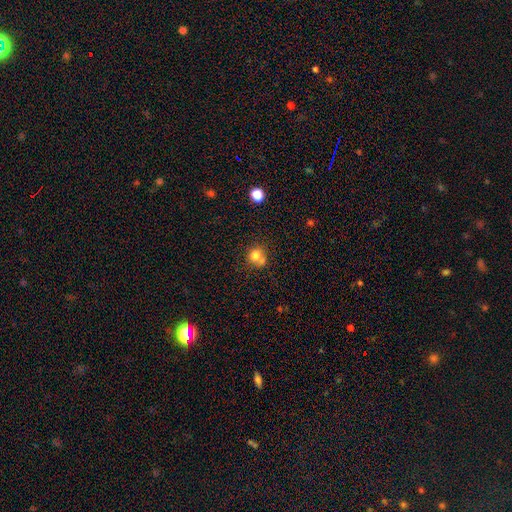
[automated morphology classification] Smooth or featured?
  - smooth: 77% *
  - star or artifact: 12%
  - featured or disk: 11%
How rounded?
  - round: 83% *
  - in between: 17%
  - cigar-shaped: 1%
Merging?
  - none: 49% *
  - merger: 32%
  - minor disturbance: 14%
  - major disturbance: 5%